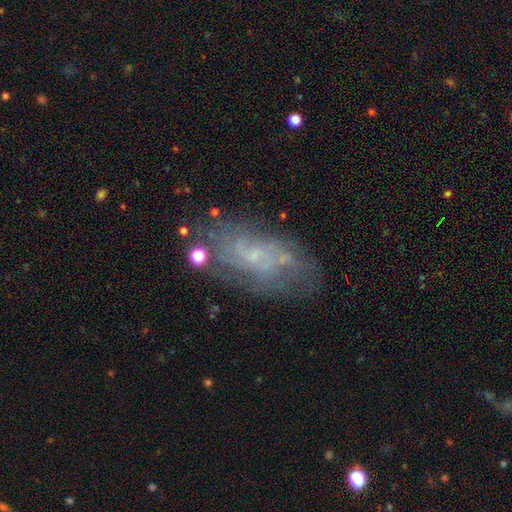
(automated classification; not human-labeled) This is likely a featured or disk galaxy (63%). It is clearly not viewed edge-on (93%). Bar: likely no (75%). Spiral arm pattern: likely yes (67%). Central bulge: likely small (63%). Merging: likely none (63%).